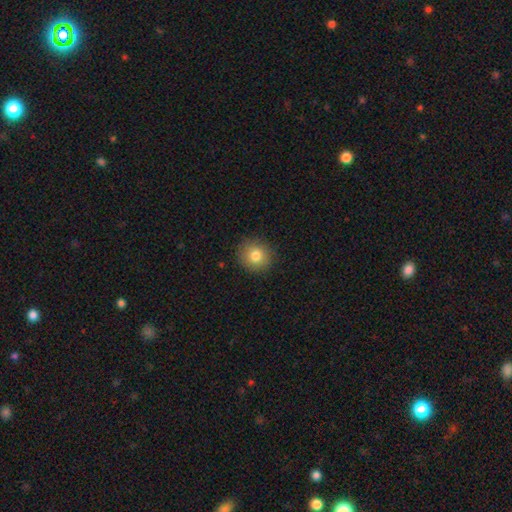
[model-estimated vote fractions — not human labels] smooth_or_featured: smooth (p=0.80) [alt: star or artifact p=0.10]
how_rounded: round (p=0.88) [alt: in between p=0.11]
merging: none (p=0.89) [alt: minor disturbance p=0.08]